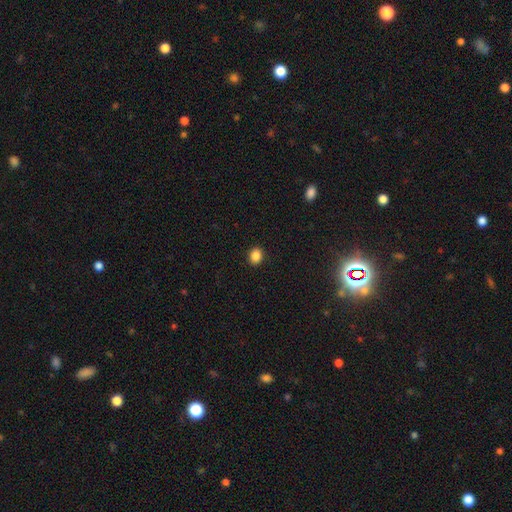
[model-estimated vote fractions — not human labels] The model was most divided on "how rounded": round: 54%, in between: 45%, cigar-shaped: 1%. More confident: merging — none (91%); smooth or featured — smooth (87%).